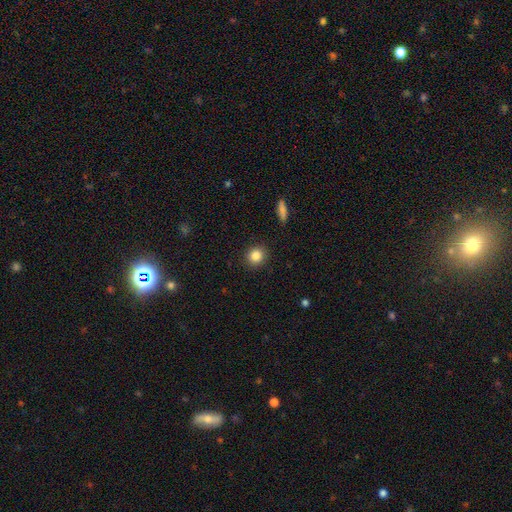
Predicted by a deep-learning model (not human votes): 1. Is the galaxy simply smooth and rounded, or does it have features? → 85% smooth, 10% star or artifact, 5% featured or disk.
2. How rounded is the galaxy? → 86% round, 12% in between, 1% cigar-shaped.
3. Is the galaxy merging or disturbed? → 91% none, 6% minor disturbance, 2% major disturbance, 1% merger.